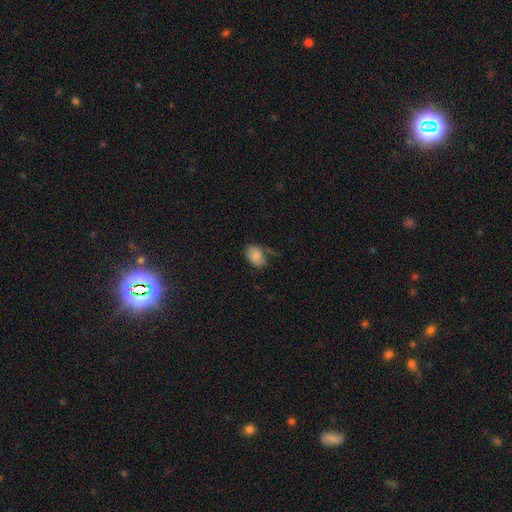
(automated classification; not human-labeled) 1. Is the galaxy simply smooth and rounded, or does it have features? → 80% smooth, 11% featured or disk, 9% star or artifact.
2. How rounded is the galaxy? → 77% in between, 22% round, 1% cigar-shaped.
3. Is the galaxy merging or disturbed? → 52% none, 31% minor disturbance, 11% major disturbance, 6% merger.